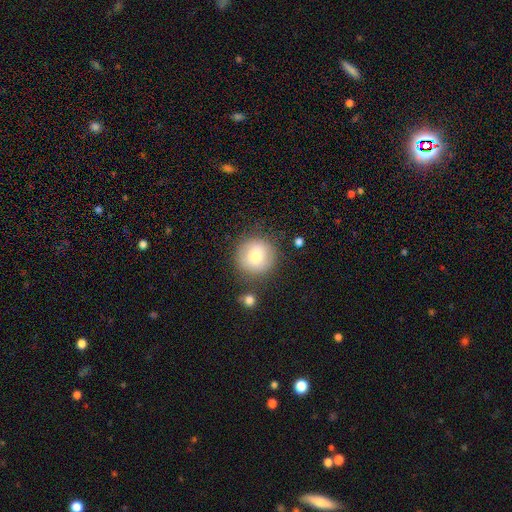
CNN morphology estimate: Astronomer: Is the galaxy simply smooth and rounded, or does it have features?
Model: smooth — 75%.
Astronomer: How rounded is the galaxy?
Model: round — 94%.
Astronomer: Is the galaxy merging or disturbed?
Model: none — 77%.